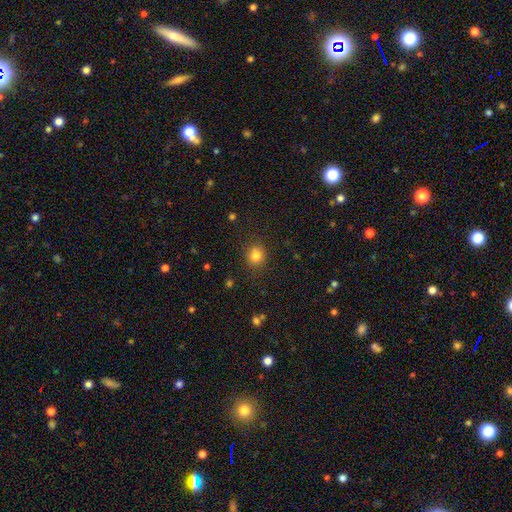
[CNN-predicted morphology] Smooth or featured: smooth — 82% (star or artifact — 12%)
How rounded: round — 77% (in between — 22%)
Merging: none — 85% (minor disturbance — 10%)